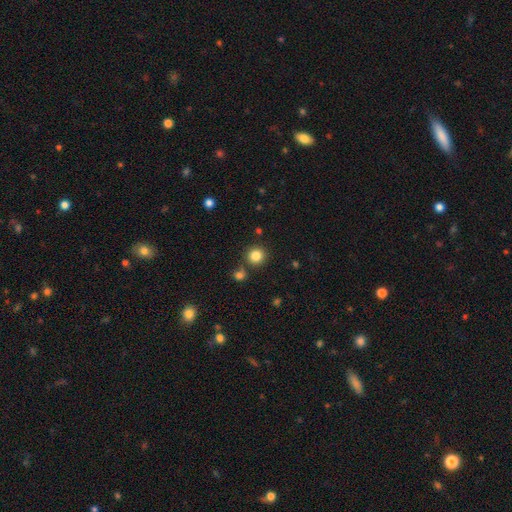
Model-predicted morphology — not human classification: Smooth or featured: smooth — 83% (star or artifact — 12%)
How rounded: round — 93% (in between — 6%)
Merging: none — 83% (merger — 8%)